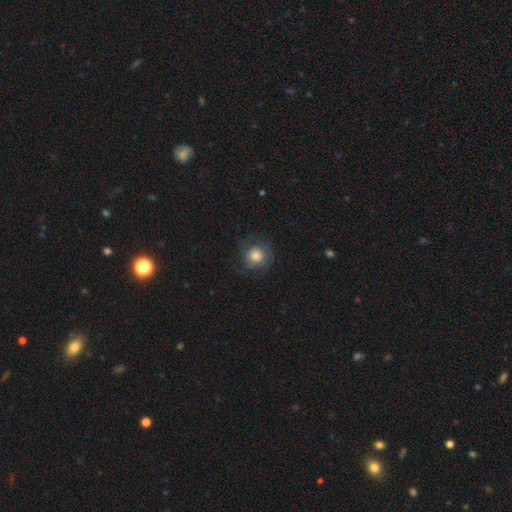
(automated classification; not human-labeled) This appears to be a smooth galaxy with no disk features (70%) that is round (91%). Merging: none (71%).